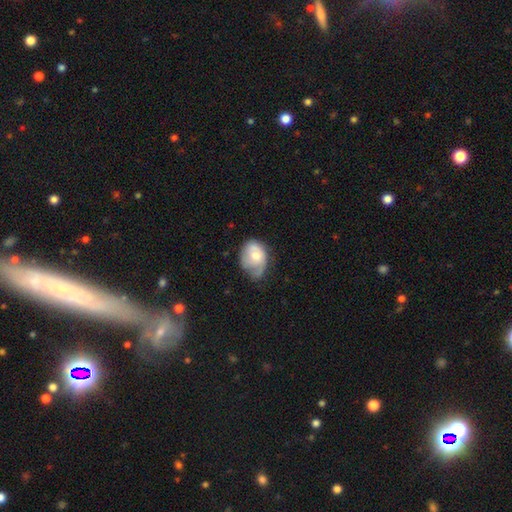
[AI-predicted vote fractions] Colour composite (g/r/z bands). It shows a smooth galaxy with no disk features (55%) that is in between round and cigar-shaped (68%). Merging: minor disturbance (42%).